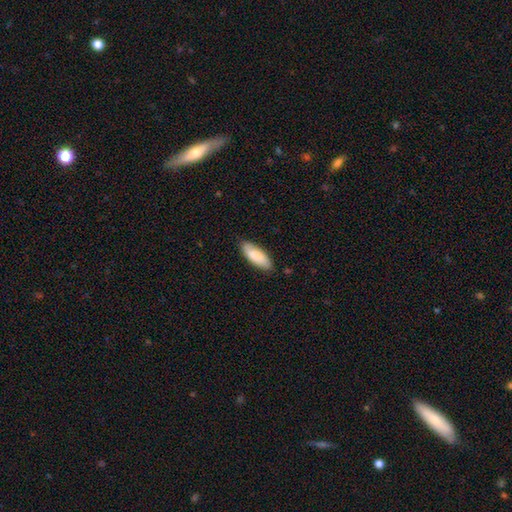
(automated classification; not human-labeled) Smooth or featured?
  - smooth: 84% *
  - featured or disk: 10%
  - star or artifact: 5%
How rounded?
  - in between: 74% *
  - cigar-shaped: 24%
  - round: 2%
Merging?
  - none: 83% *
  - minor disturbance: 14%
  - major disturbance: 2%
  - merger: 1%